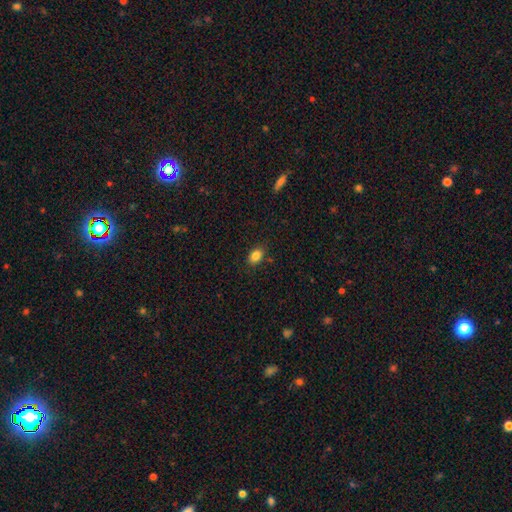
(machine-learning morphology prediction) Smooth or featured? smooth (84%)
How rounded? in between (79%)
Merging? none (83%)